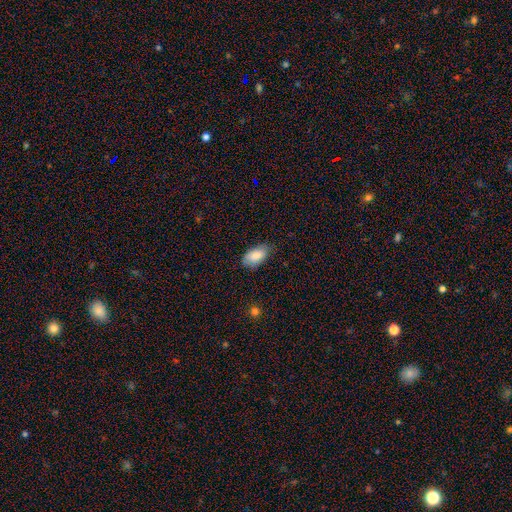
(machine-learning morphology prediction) A smooth galaxy with no disk features (84%) that is in between round and cigar-shaped (93%). Merging: none (74%).